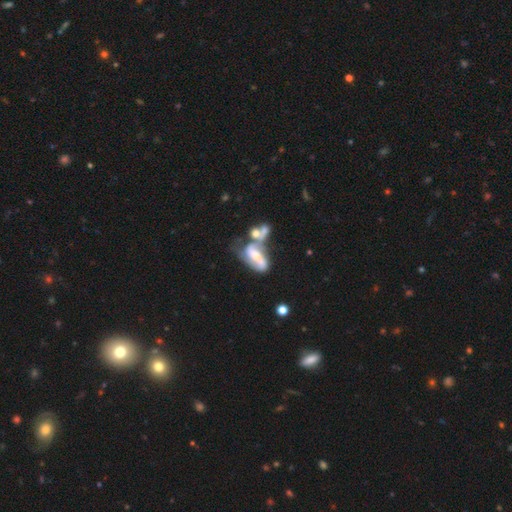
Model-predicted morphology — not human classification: smooth_or_featured: featured or disk (p=0.64) [alt: smooth p=0.27]
disk_edge_on: no (p=0.92) [alt: yes p=0.08]
bar: no (p=0.41) [alt: weak p=0.30]
has_spiral_arms: yes (p=0.66) [alt: no p=0.34]
bulge_size: moderate (p=0.39) [alt: small p=0.27]
merging: merger (p=0.56) [alt: major disturbance p=0.18]